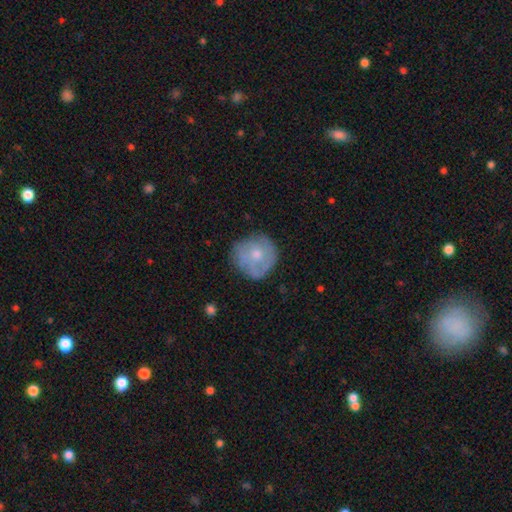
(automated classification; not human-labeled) smooth 54%, featured or disk 39%, star or artifact 7%. Down the decision tree: how rounded — round (90%); merging — none (69%).